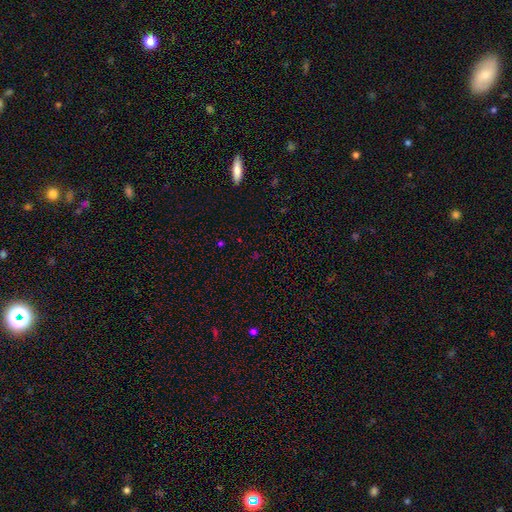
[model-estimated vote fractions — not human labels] This appears to be a star or artifact, not a galaxy (62%).